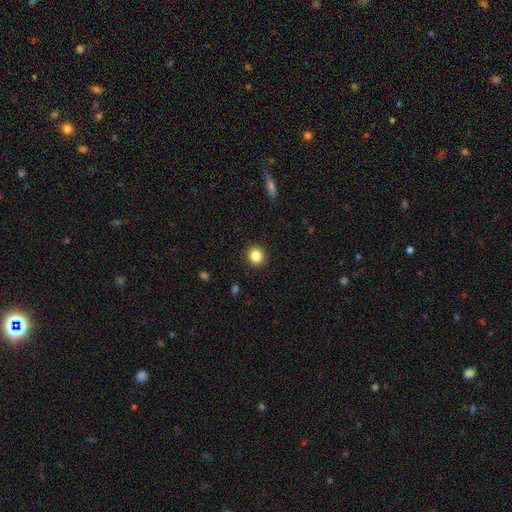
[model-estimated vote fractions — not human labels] Smooth or featured? Predicted: smooth (p=0.85). How rounded? Predicted: round (p=0.85). Merging? Predicted: none (p=0.92).